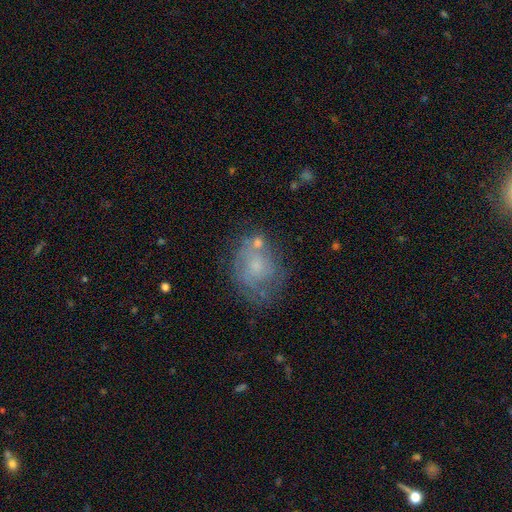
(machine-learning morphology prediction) A featured or disk galaxy (47%).

Vote fractions:
- Smooth or featured? featured or disk: 47% / smooth: 40% / star or artifact: 12%
- Merging? none: 56% / minor disturbance: 23% / major disturbance: 13% / merger: 9%